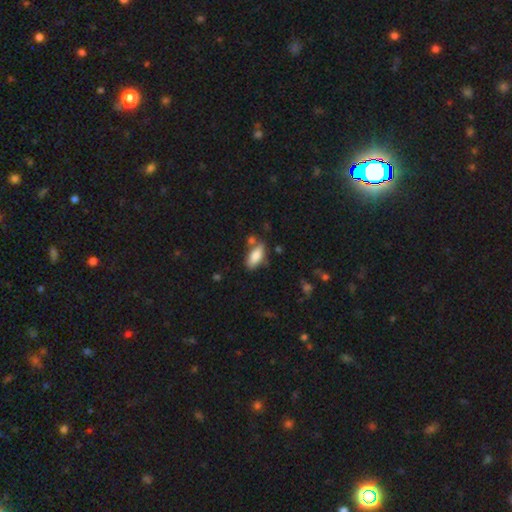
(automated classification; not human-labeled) smooth_or_featured: smooth (p=0.83) [alt: featured or disk p=0.10]
how_rounded: in between (p=0.81) [alt: cigar-shaped p=0.17]
merging: none (p=0.66) [alt: minor disturbance p=0.18]